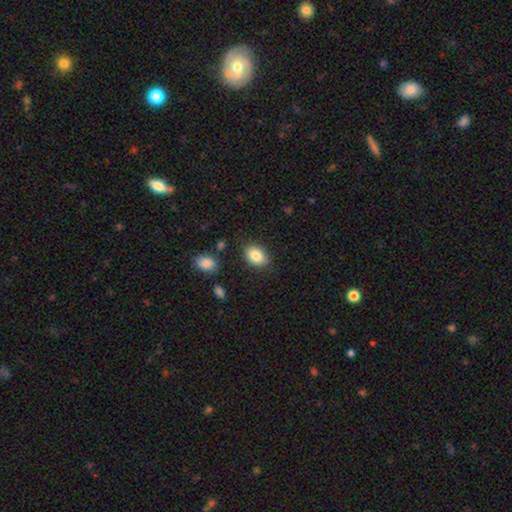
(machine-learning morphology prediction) smooth 85%, star or artifact 8%, featured or disk 7%. Down the decision tree: how rounded — in between (77%); merging — none (83%).